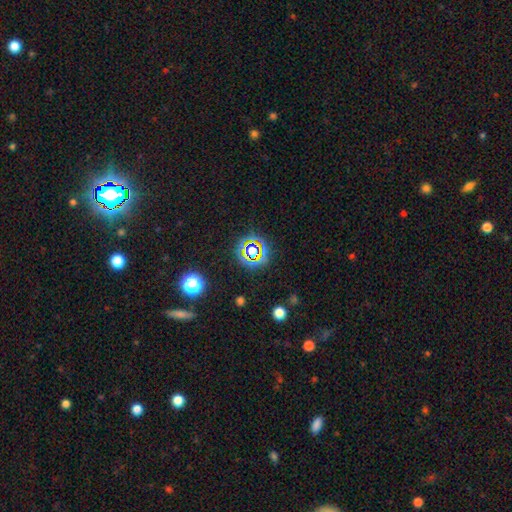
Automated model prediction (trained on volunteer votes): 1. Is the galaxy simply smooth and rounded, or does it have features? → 63% star or artifact, 25% smooth, 12% featured or disk.